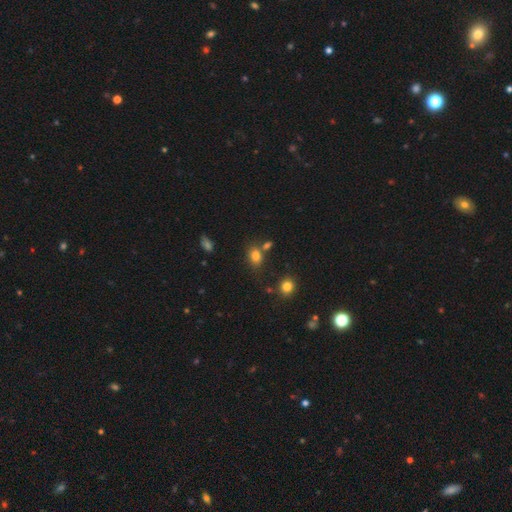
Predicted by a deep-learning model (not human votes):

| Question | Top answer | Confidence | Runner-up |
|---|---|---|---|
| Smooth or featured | smooth | 79% | star or artifact (13%) |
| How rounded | in between | 70% | round (28%) |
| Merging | none | 64% | merger (17%) |